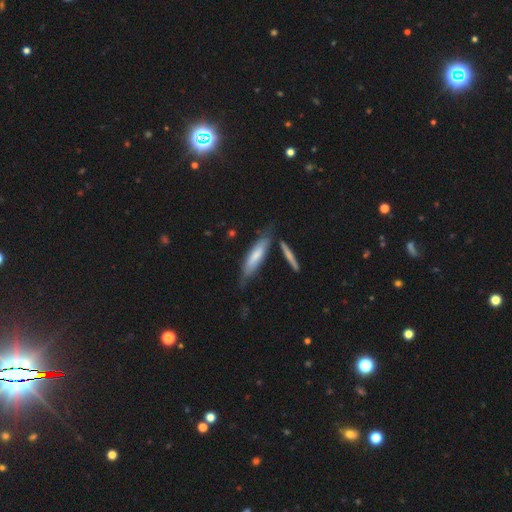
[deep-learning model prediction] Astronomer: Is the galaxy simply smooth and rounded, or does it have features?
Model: smooth — 62%.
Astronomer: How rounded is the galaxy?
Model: cigar-shaped — 72%.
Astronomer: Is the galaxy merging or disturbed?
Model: none — 59%.